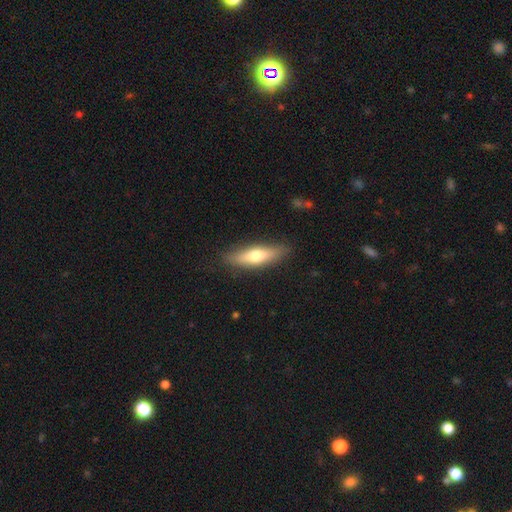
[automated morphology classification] Smooth or featured: smooth — 60% (featured or disk — 34%)
How rounded: cigar-shaped — 61% (in between — 36%)
Merging: none — 86% (minor disturbance — 10%)